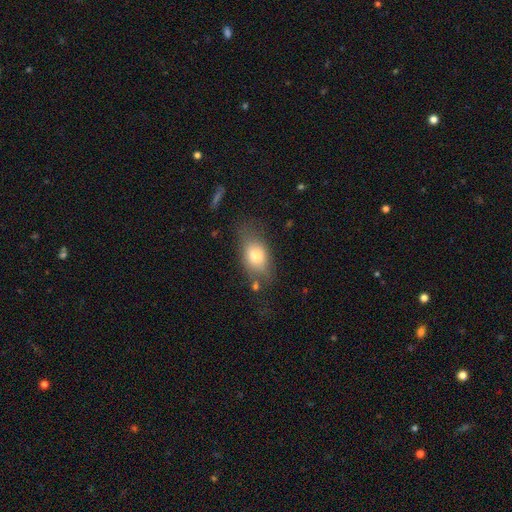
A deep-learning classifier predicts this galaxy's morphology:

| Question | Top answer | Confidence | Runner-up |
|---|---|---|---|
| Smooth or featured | smooth | 74% | featured or disk (18%) |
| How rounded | in between | 83% | round (12%) |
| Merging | none | 58% | minor disturbance (26%) |